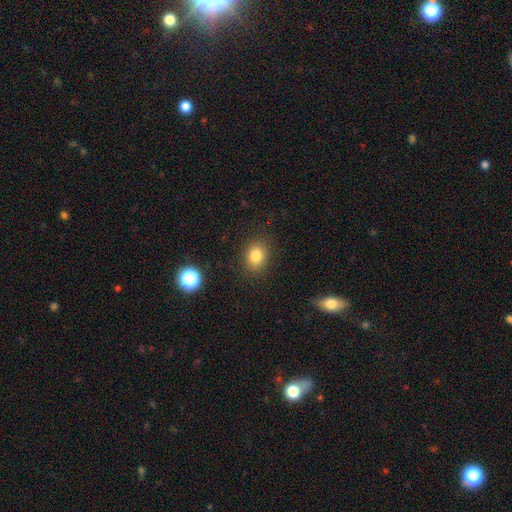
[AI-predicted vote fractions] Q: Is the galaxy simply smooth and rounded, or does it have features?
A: smooth — 82%.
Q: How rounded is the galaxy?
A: round — 53%.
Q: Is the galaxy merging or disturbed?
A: none — 85%.